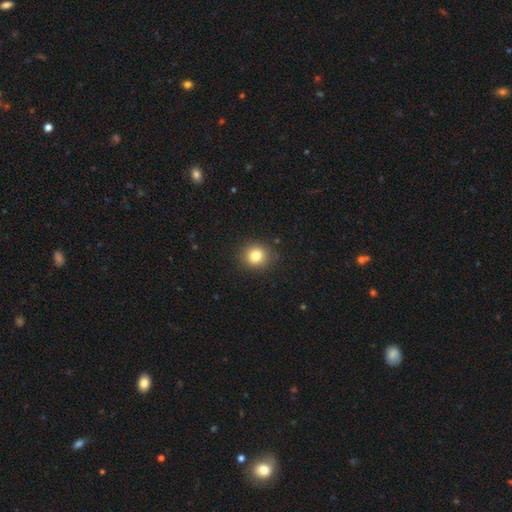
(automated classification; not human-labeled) A smooth galaxy with no disk features (81%) that is round (86%).

Vote fractions:
- Smooth or featured? smooth: 81% / star or artifact: 12% / featured or disk: 7%
- How rounded? round: 86% / in between: 13% / cigar-shaped: 1%
- Merging? none: 89% / minor disturbance: 8% / major disturbance: 2% / merger: 1%